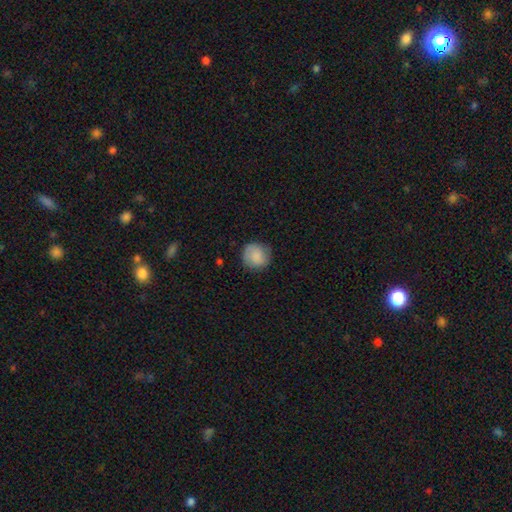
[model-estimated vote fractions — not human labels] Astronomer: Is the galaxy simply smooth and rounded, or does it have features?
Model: smooth — 81%.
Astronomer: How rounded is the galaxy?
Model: round — 88%.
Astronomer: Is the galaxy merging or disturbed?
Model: none — 79%.